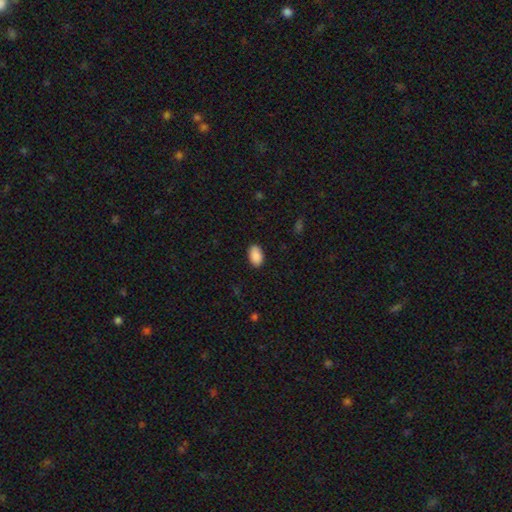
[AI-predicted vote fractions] Overall: smooth (90%). How rounded: in between (92%). Merging: none (89%).